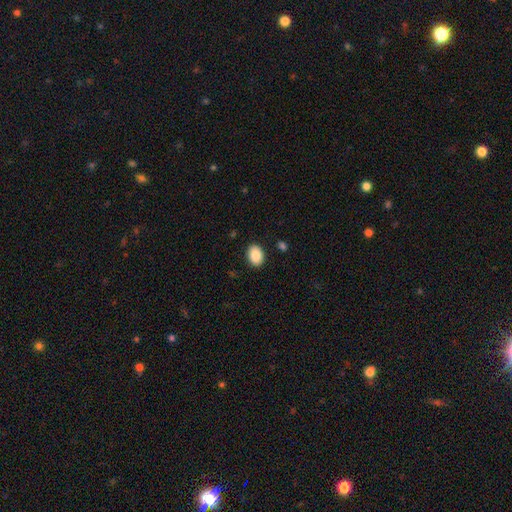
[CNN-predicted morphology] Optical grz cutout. It shows a smooth galaxy with no disk features (89%) that is in between round and cigar-shaped (73%). Merging: none (89%).